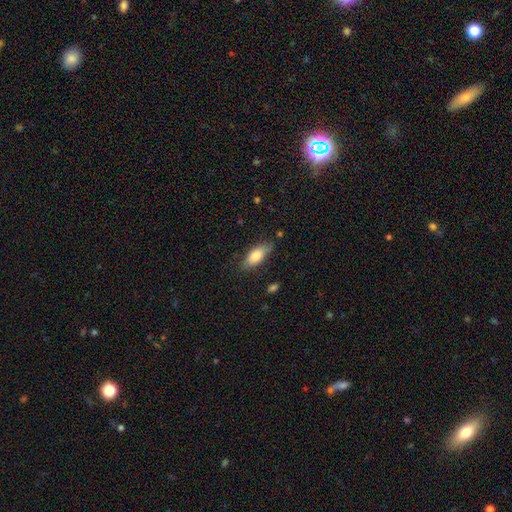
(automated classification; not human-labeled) A smooth galaxy with no disk features (79%) that is in between round and cigar-shaped (76%).

Vote fractions:
- Smooth or featured? smooth: 79% / featured or disk: 15% / star or artifact: 6%
- How rounded? in between: 76% / cigar-shaped: 21% / round: 2%
- Merging? none: 75% / minor disturbance: 19% / major disturbance: 4% / merger: 2%